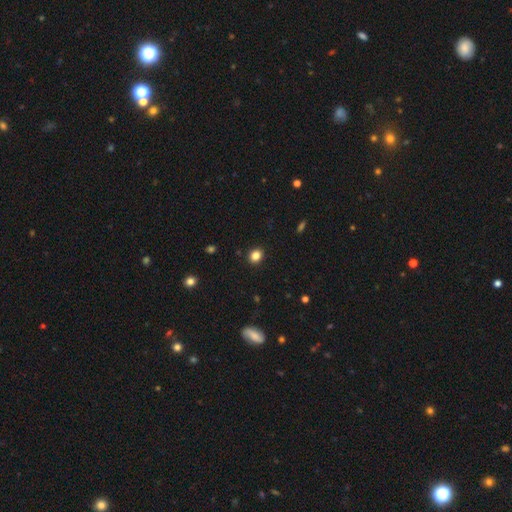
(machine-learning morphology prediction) Overall: smooth (84%). How rounded: round (65%; in between 34%). Merging: none (90%).